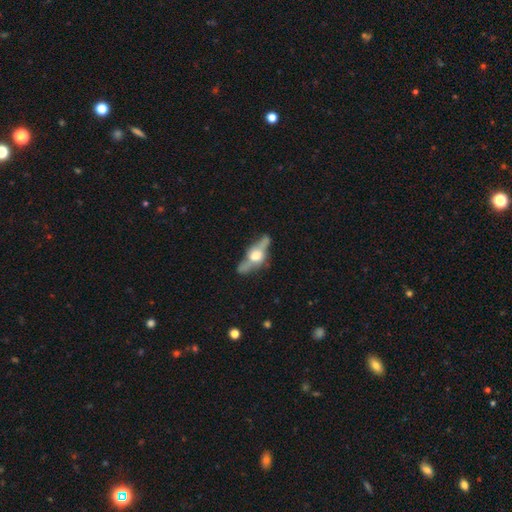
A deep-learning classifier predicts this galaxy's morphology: The model was most divided on "smooth or featured": featured or disk: 71%, smooth: 22%, star or artifact: 7%. More confident: edge-on bulge — rounded (93%); edge-on disk — yes (88%); merging — none (69%).